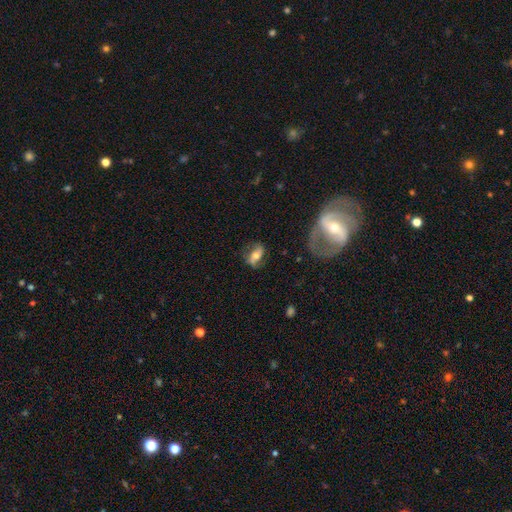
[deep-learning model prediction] Smooth or featured? featured or disk (56%)
Edge-on disk? no (87%)
Merging? none (68%)